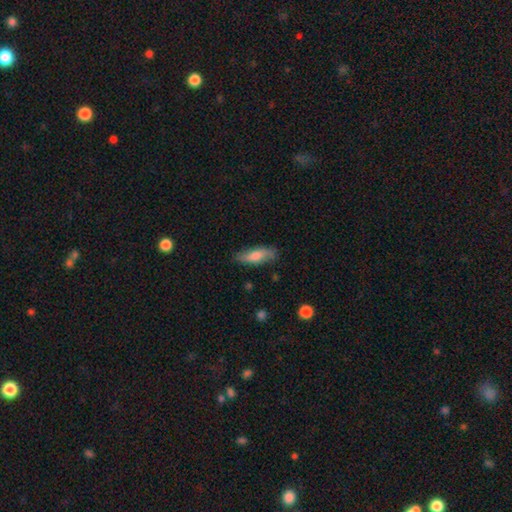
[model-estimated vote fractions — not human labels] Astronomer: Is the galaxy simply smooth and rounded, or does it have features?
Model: smooth — 65%.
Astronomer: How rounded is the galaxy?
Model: in between — 53% (runner-up: cigar-shaped, 45%).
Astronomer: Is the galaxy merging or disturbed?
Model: none — 76%.